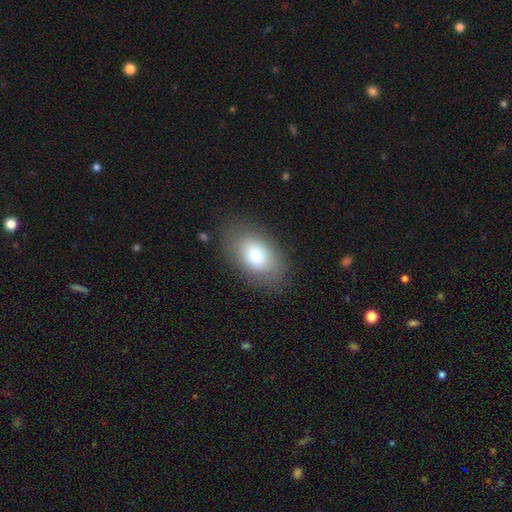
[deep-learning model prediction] Q: Smooth or featured?
A: smooth (75%); runner-up: featured or disk (15%)
Q: How rounded?
A: in between (84%); runner-up: round (15%)
Q: Merging?
A: none (82%); runner-up: minor disturbance (12%)